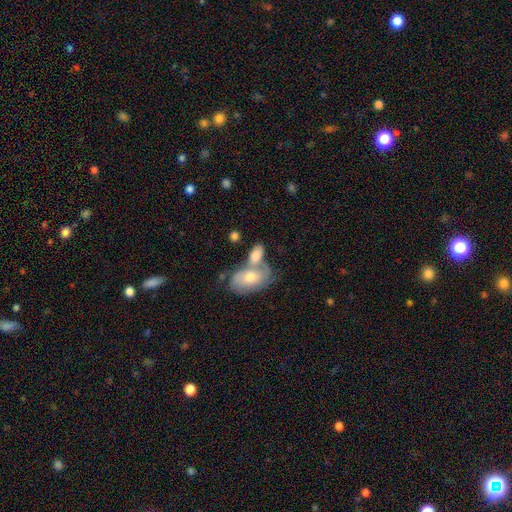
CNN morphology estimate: smooth 68%, featured or disk 26%, star or artifact 7%. Down the decision tree: how rounded — in between (90%); merging — merger (56%).